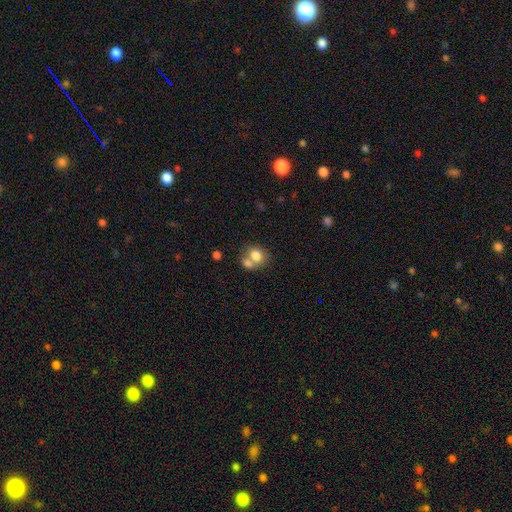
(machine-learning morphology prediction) This is likely a smooth galaxy (76%). How rounded: possibly round (57%). Merging: possibly merger (52%).